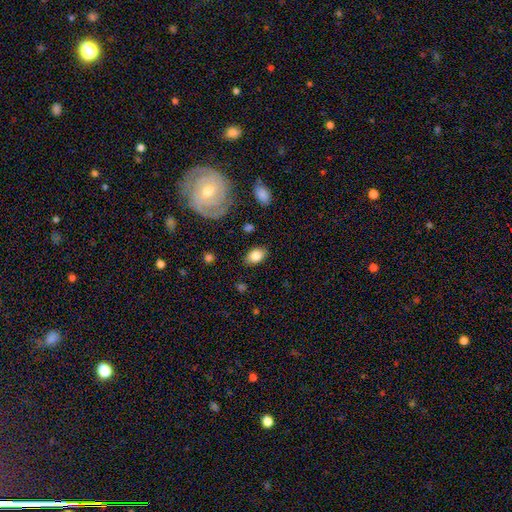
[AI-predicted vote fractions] This is clearly a smooth galaxy (81%). How rounded: clearly in between (85%). Merging: clearly none (83%).